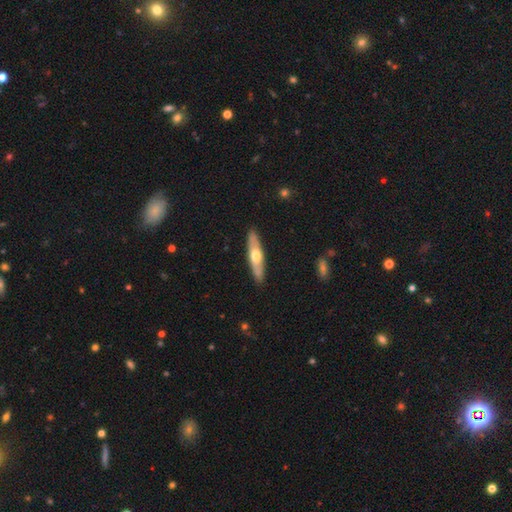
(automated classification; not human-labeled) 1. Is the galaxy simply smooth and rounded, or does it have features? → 49% featured or disk, 46% smooth, 5% star or artifact.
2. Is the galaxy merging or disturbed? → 89% none, 8% minor disturbance, 2% major disturbance, 1% merger.